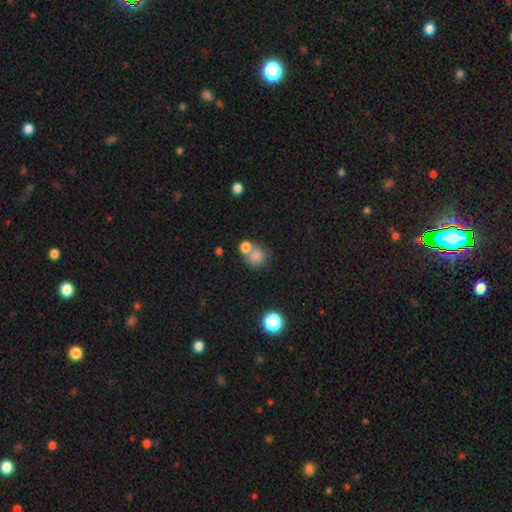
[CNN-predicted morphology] This is likely a smooth galaxy (79%). How rounded: clearly round (84%). Merging: possibly none (48%).